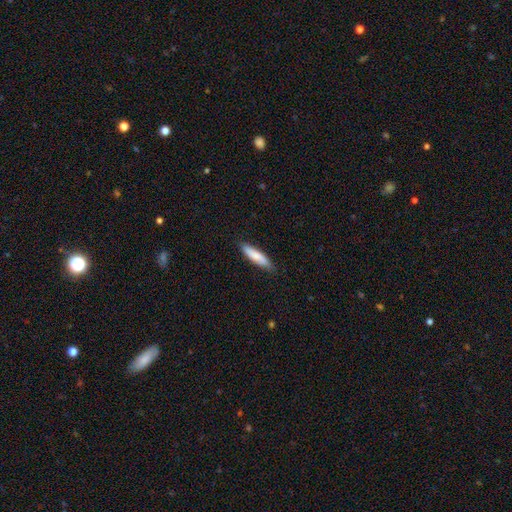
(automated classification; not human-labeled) Smooth or featured? Predicted: smooth (p=0.78). How rounded? Predicted: cigar-shaped (p=0.71). Merging? Predicted: none (p=0.81).